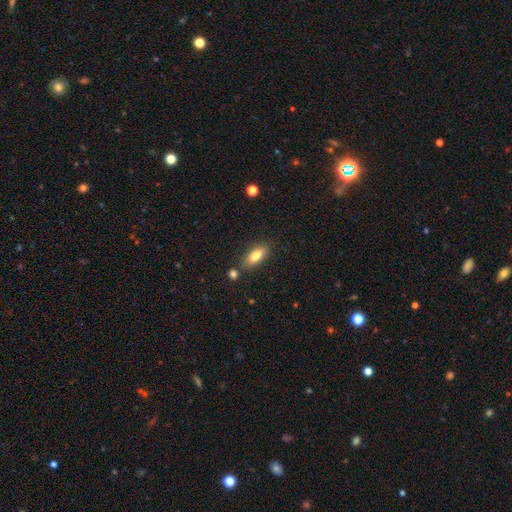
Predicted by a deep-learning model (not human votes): smooth_or_featured: smooth (p=0.78) [alt: featured or disk p=0.14]
how_rounded: in between (p=0.77) [alt: cigar-shaped p=0.20]
merging: none (p=0.80) [alt: minor disturbance p=0.12]